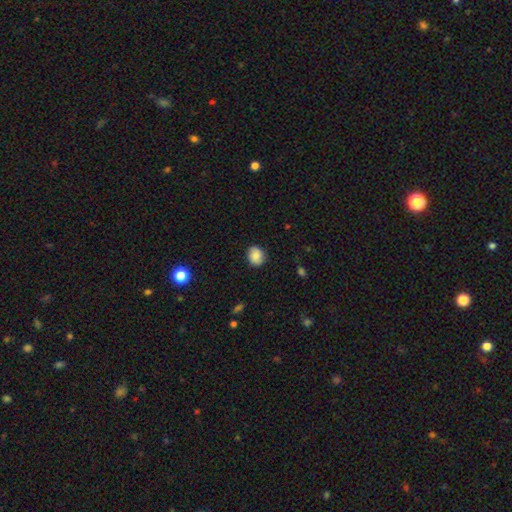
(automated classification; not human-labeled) This is likely a smooth galaxy (79%). How rounded: possibly round (59%). Merging: clearly none (84%).